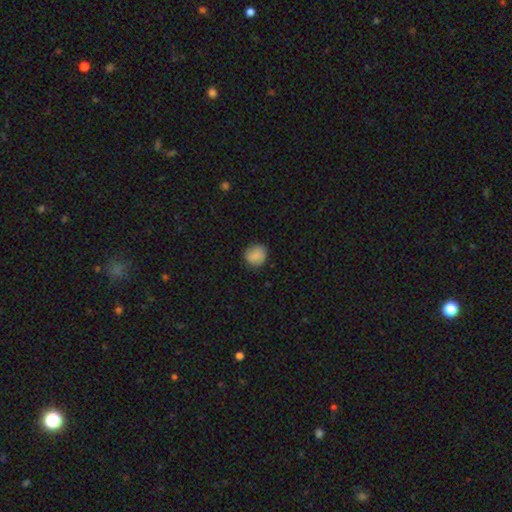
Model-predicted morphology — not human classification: Smooth or featured: smooth — 74% (featured or disk — 18%)
How rounded: round — 83% (in between — 16%)
Merging: none — 79% (minor disturbance — 17%)